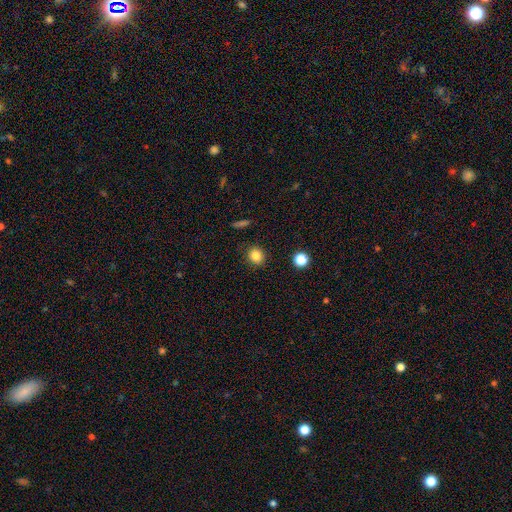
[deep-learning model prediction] smooth_or_featured: smooth (p=0.84) [alt: star or artifact p=0.12]
how_rounded: round (p=0.80) [alt: in between p=0.19]
merging: none (p=0.89) [alt: minor disturbance p=0.07]